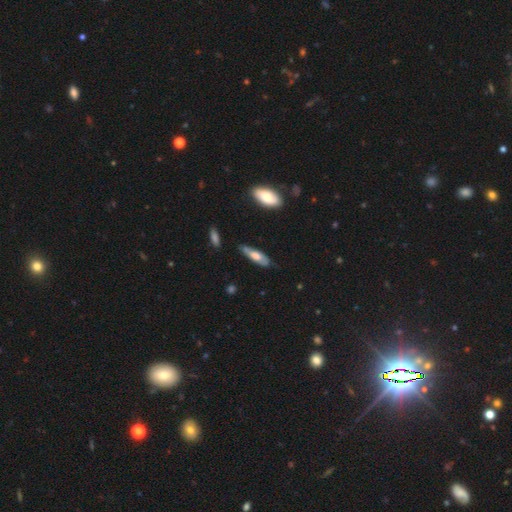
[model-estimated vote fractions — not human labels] smooth-or-featured: smooth: 53% | featured or disk: 41% | star or artifact: 6%
  how-rounded: in between: 56% | cigar-shaped: 42% | round: 2%
  merging: none: 66% | minor disturbance: 24% | major disturbance: 6% | merger: 3%